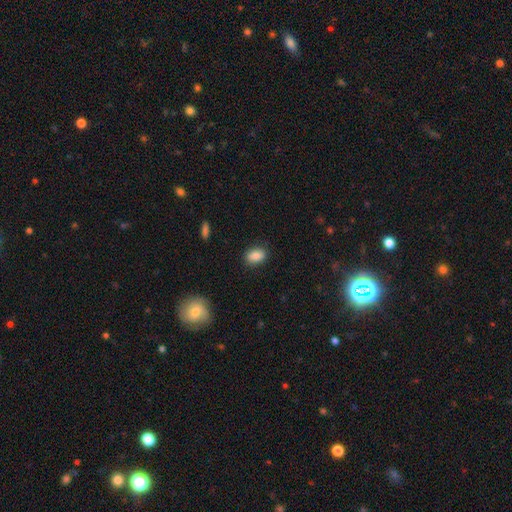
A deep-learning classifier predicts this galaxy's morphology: A smooth galaxy with no disk features (87%) that is in between round and cigar-shaped (83%). Merging: none (85%).